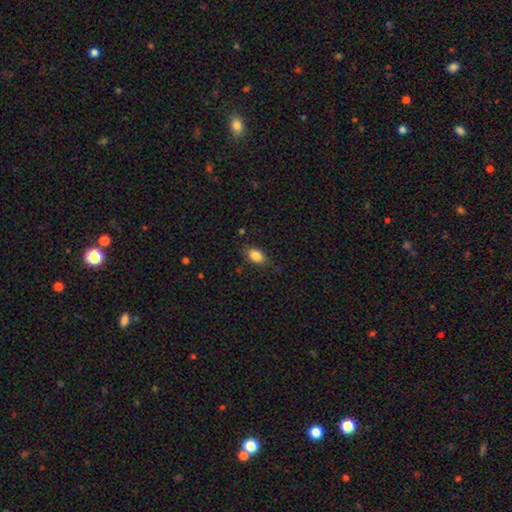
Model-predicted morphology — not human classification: A smooth galaxy with no disk features (86%) that is in between round and cigar-shaped (88%).

Vote fractions:
- Smooth or featured? smooth: 86% / star or artifact: 8% / featured or disk: 6%
- How rounded? in between: 88% / round: 8% / cigar-shaped: 3%
- Merging? none: 79% / minor disturbance: 15% / major disturbance: 4% / merger: 1%